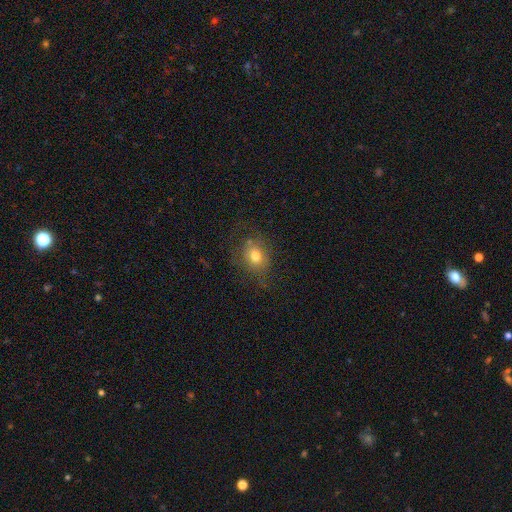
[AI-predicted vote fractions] Overall: smooth (69%). How rounded: round (57%; in between 41%). Merging: none (64%).